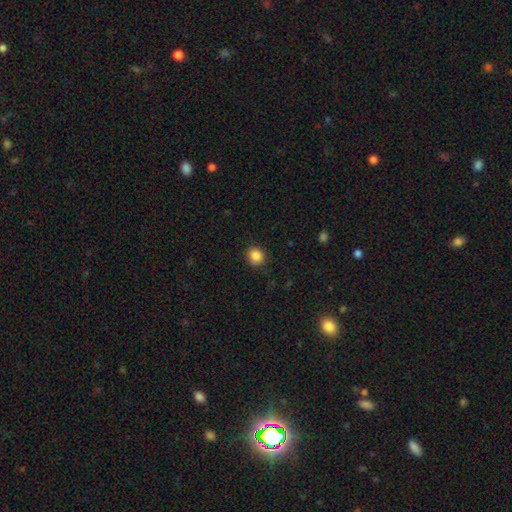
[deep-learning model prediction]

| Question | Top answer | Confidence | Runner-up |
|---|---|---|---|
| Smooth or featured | smooth | 86% | star or artifact (10%) |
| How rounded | round | 84% | in between (15%) |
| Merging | none | 87% | minor disturbance (10%) |